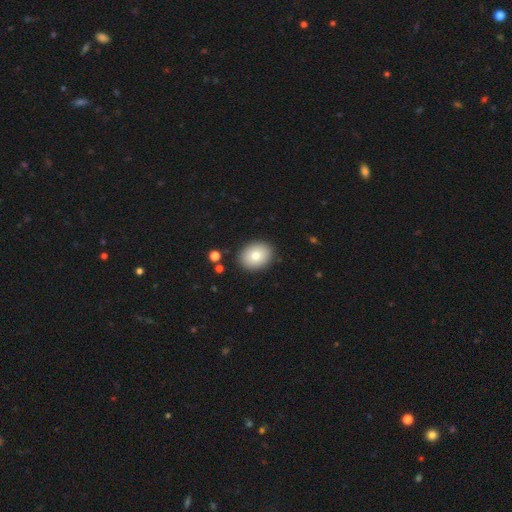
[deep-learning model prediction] smooth_or_featured: smooth (p=0.79) [alt: featured or disk p=0.12]
how_rounded: in between (p=0.56) [alt: round p=0.43]
merging: none (p=0.89) [alt: minor disturbance p=0.07]